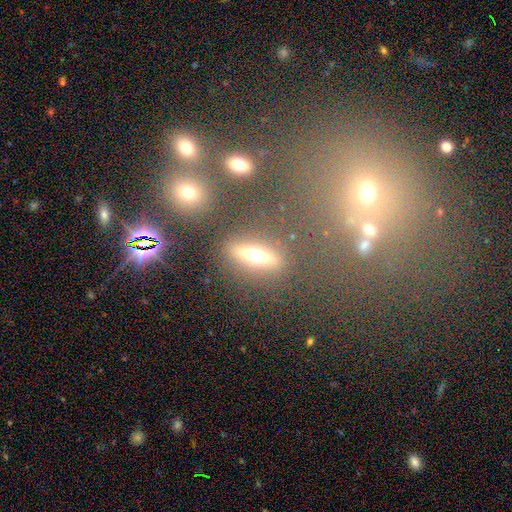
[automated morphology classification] This is possibly a featured or disk galaxy (51%). It is clearly viewed edge-on (84%). Merging: clearly none (85%).